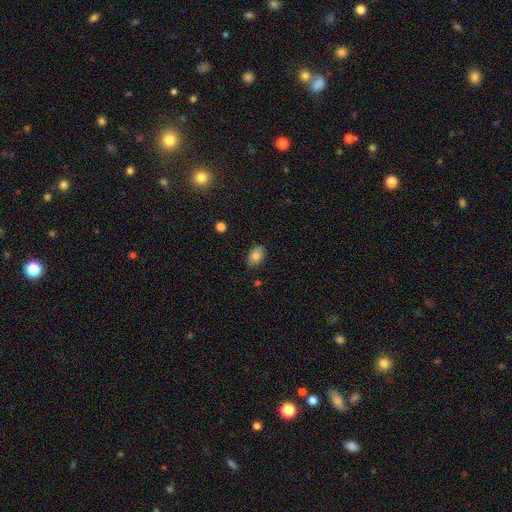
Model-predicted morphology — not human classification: This appears to be a smooth galaxy with no disk features (82%) that is in between round and cigar-shaped (90%). Merging: none (81%).